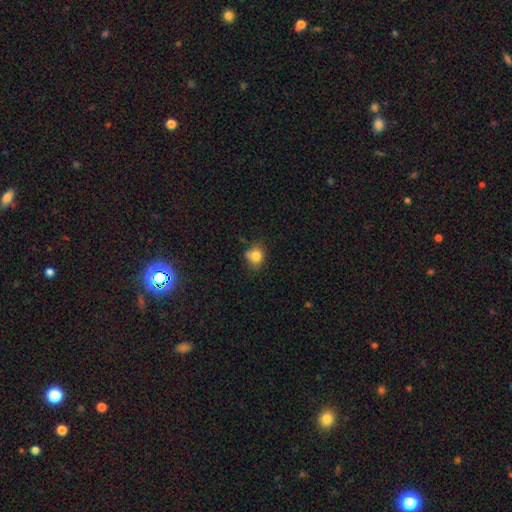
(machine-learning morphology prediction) smooth 80%, star or artifact 11%, featured or disk 9%. Down the decision tree: how rounded — round (69%); merging — none (59%).